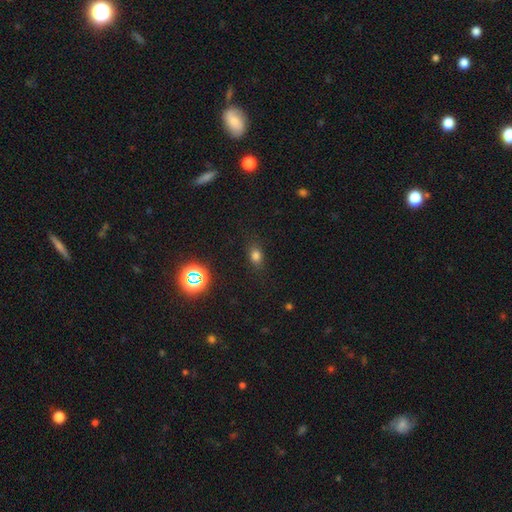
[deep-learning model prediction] smooth 73%, star or artifact 20%, featured or disk 8%. Down the decision tree: how rounded — in between (69%); merging — none (82%).